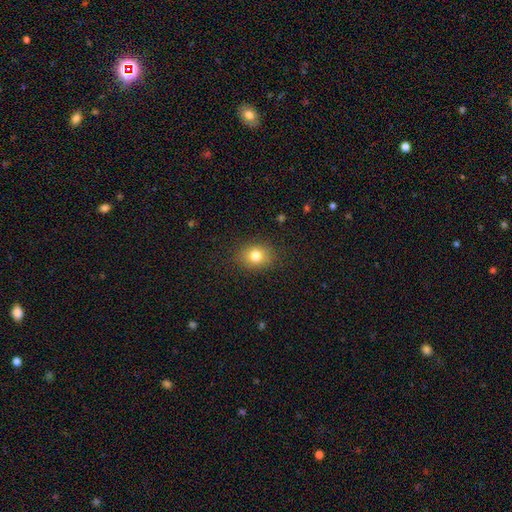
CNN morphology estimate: Smooth or featured? smooth (79%)
How rounded? round (54%)
Merging? none (87%)